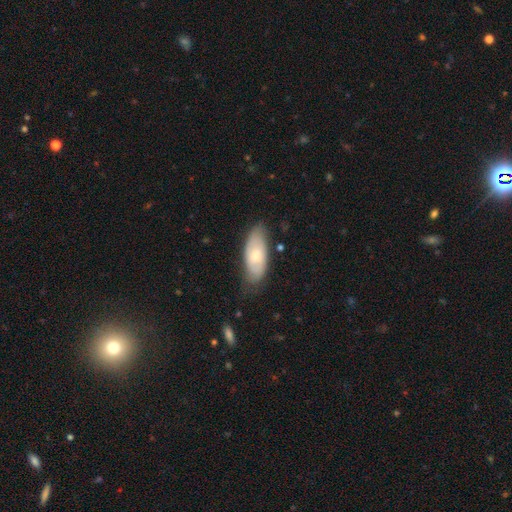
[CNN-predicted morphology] This is likely a smooth galaxy (61%). How rounded: clearly in between (86%). Merging: likely none (71%).